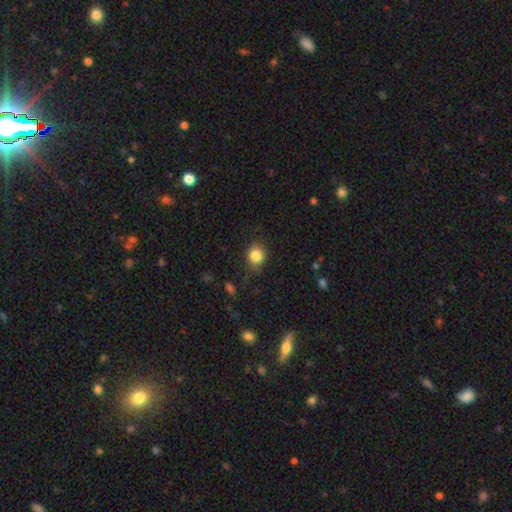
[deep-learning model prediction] A smooth galaxy with no disk features (84%) that is round (69%). Merging: none (81%).